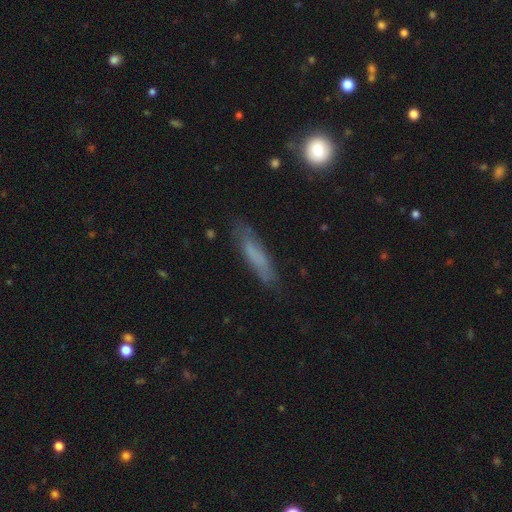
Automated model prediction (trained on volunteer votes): smooth-or-featured: smooth: 62% | featured or disk: 29% | star or artifact: 9%
  how-rounded: cigar-shaped: 79% | in between: 19% | round: 2%
  merging: none: 75% | minor disturbance: 18% | major disturbance: 5% | merger: 2%